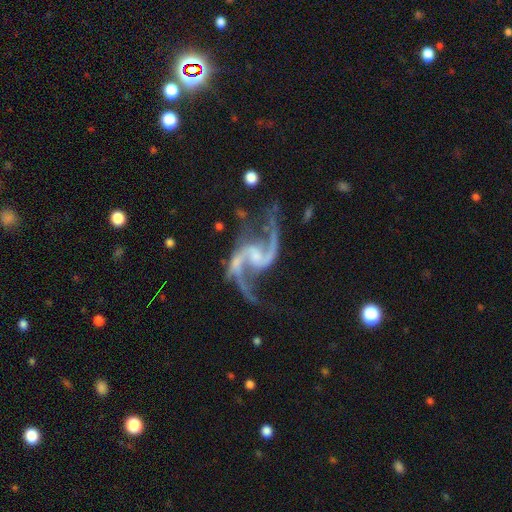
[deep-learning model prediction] Morphology: type=featured or disk (93%); edge-on=no (98%); bar=weak (48%); spiral arms=yes (98%); winding=loose (73%); arm count=2 (93%); bulge=small (55%); merging=none (62%).